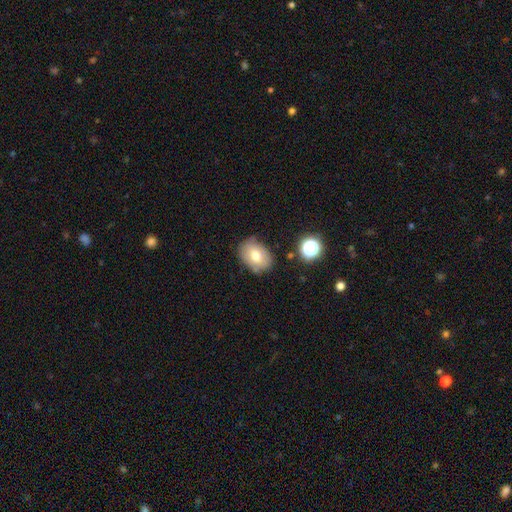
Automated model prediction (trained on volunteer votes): smooth 71%, featured or disk 19%, star or artifact 10%. Down the decision tree: how rounded — in between (70%); merging — none (73%).